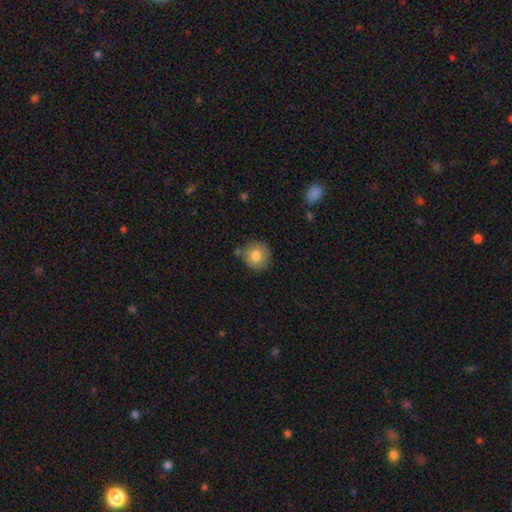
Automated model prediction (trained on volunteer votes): This appears to be a smooth galaxy with no disk features (79%) that is round (93%). Merging: none (78%).